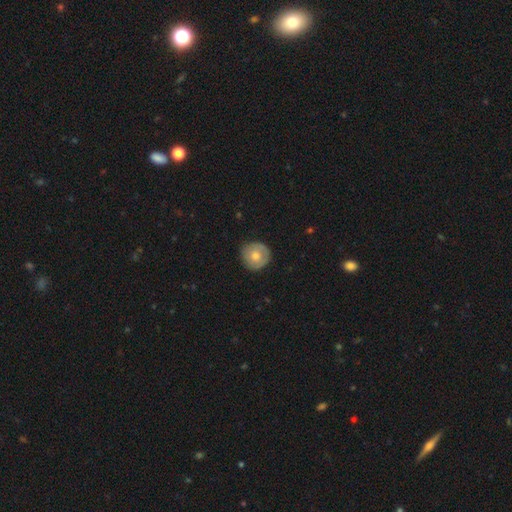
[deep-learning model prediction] Morphology: type=smooth (65%); roundness=round (92%); merging=none (83%).